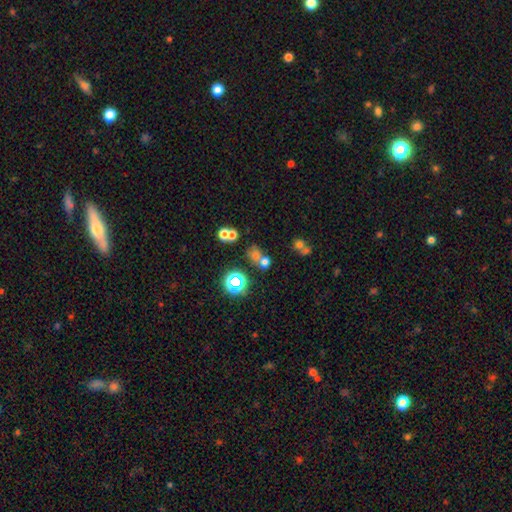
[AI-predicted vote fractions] The model was most divided on "merging": none: 51%, merger: 35%, minor disturbance: 9%, major disturbance: 5%. More confident: how rounded — round (74%); smooth or featured — smooth (55%).